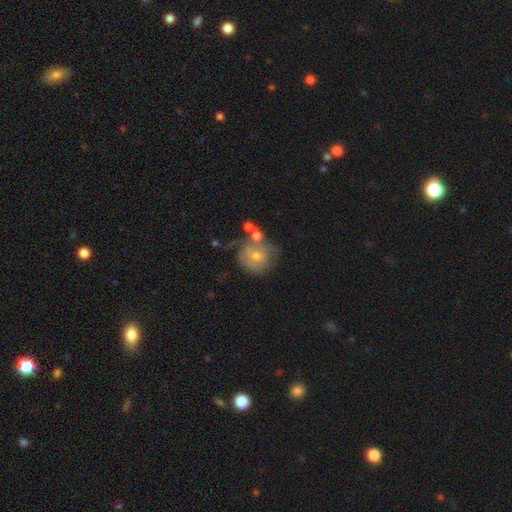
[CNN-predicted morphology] This appears to be a featured or disk galaxy (52%). Merging: none (49%).